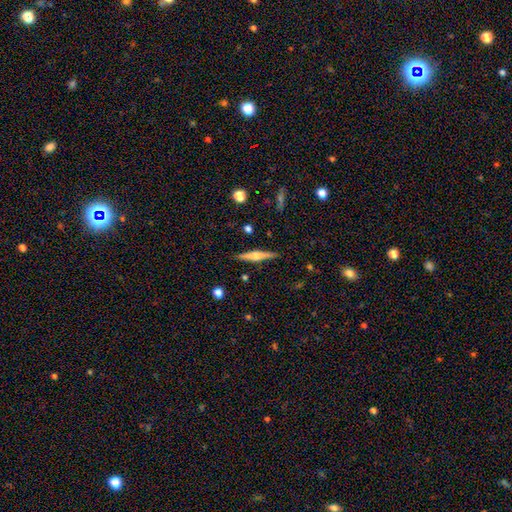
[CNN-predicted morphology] Smooth or featured? featured or disk (59%)
Edge-on disk? yes (97%)
Edge-on bulge? rounded (82%)
Merging? none (89%)